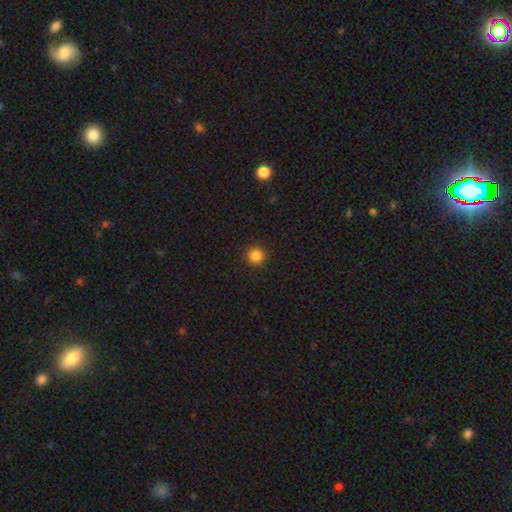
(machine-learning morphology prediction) smooth_or_featured: smooth (p=0.84) [alt: star or artifact p=0.12]
how_rounded: round (p=0.96) [alt: in between p=0.03]
merging: none (p=0.93) [alt: minor disturbance p=0.04]